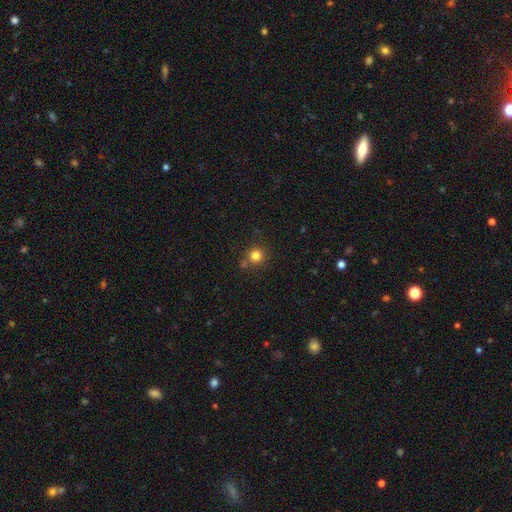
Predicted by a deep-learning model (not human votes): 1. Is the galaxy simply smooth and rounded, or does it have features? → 81% smooth, 13% star or artifact, 6% featured or disk.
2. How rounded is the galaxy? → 93% round, 6% in between, 1% cigar-shaped.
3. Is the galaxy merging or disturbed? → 77% none, 11% merger, 9% minor disturbance, 3% major disturbance.